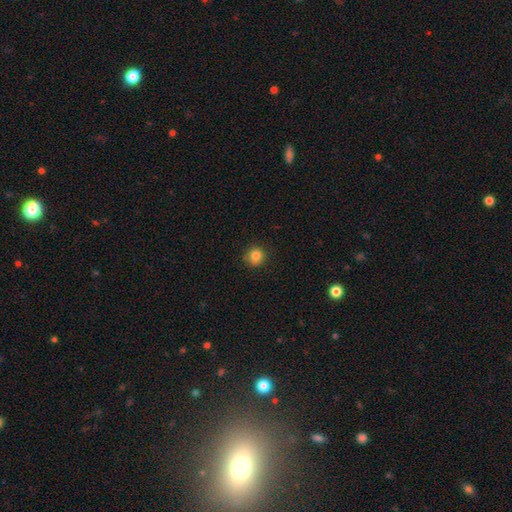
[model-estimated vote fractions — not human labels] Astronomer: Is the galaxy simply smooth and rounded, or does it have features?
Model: smooth — 83%.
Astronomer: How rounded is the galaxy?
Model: round — 92%.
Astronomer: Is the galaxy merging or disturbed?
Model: none — 84%.